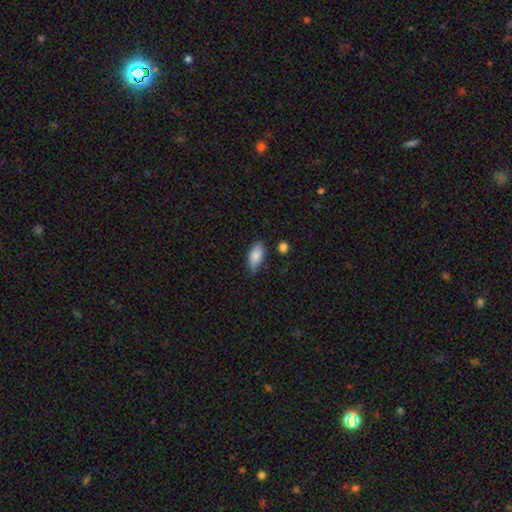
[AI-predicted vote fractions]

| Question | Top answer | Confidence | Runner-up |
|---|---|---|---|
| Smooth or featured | smooth | 84% | featured or disk (9%) |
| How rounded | in between | 90% | cigar-shaped (7%) |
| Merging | none | 74% | minor disturbance (20%) |